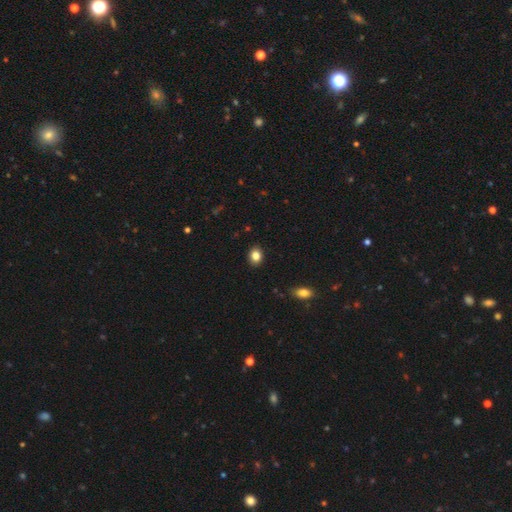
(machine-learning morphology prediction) This is clearly a smooth galaxy (84%). How rounded: possibly in between (55%). Merging: clearly none (89%).